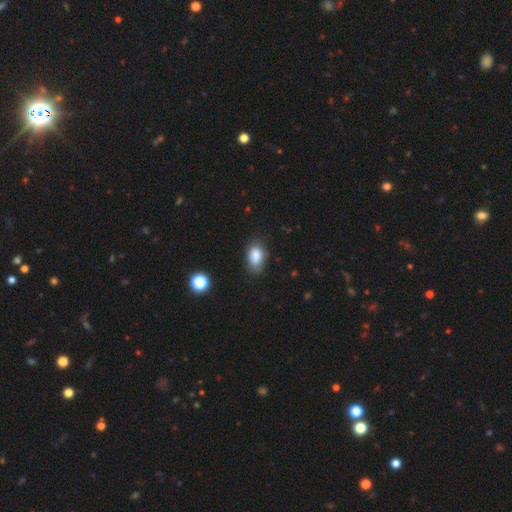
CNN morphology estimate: Overall: smooth (84%). How rounded: in between (89%). Merging: none (66%).